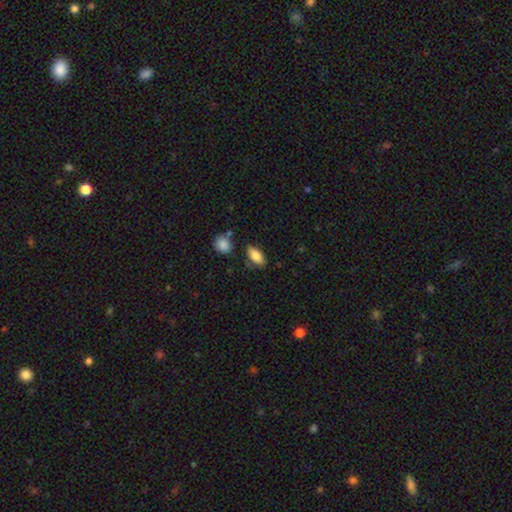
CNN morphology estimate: This appears to be a smooth galaxy with no disk features (84%) that is in between round and cigar-shaped (88%). Merging: none (75%).